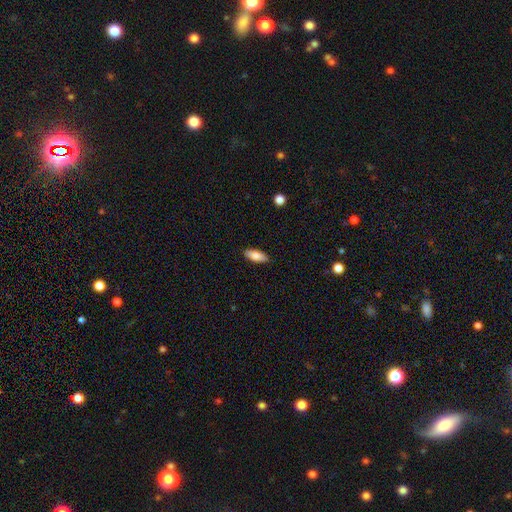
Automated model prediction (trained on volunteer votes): Smooth or featured?
  - smooth: 82% *
  - featured or disk: 12%
  - star or artifact: 6%
How rounded?
  - in between: 80% *
  - cigar-shaped: 18%
  - round: 2%
Merging?
  - none: 88% *
  - minor disturbance: 9%
  - major disturbance: 2%
  - merger: 1%